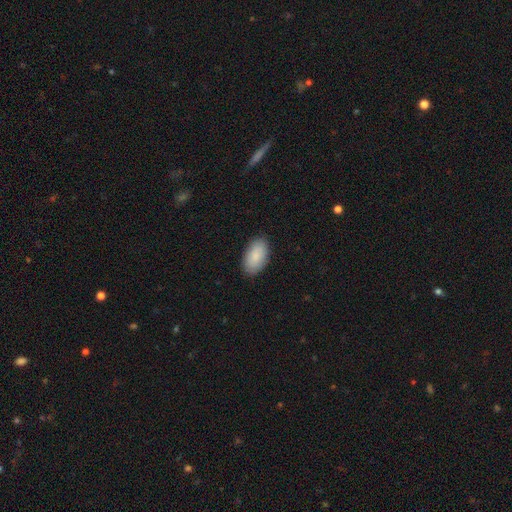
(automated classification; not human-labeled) Morphology: type=smooth (89%); roundness=in between (95%); merging=none (88%).